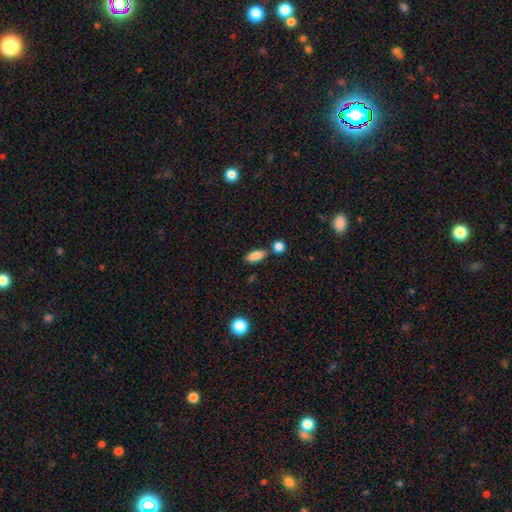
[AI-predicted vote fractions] This is clearly a smooth galaxy (86%). How rounded: clearly in between (82%). Merging: likely none (73%).